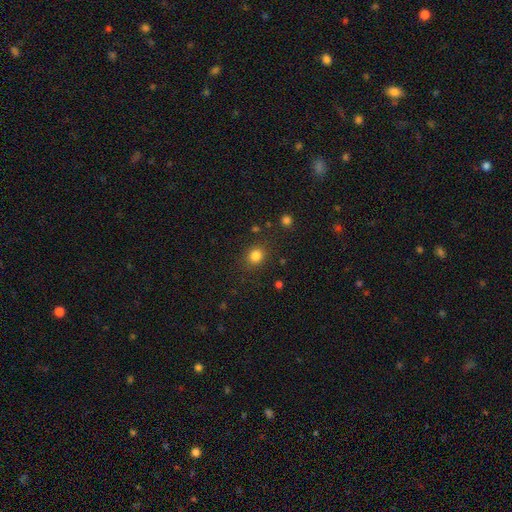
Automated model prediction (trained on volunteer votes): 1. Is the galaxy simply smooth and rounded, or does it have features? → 83% smooth, 12% star or artifact, 5% featured or disk.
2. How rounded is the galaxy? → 72% round, 27% in between, 1% cigar-shaped.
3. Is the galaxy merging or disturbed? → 84% none, 10% minor disturbance, 4% major disturbance, 2% merger.